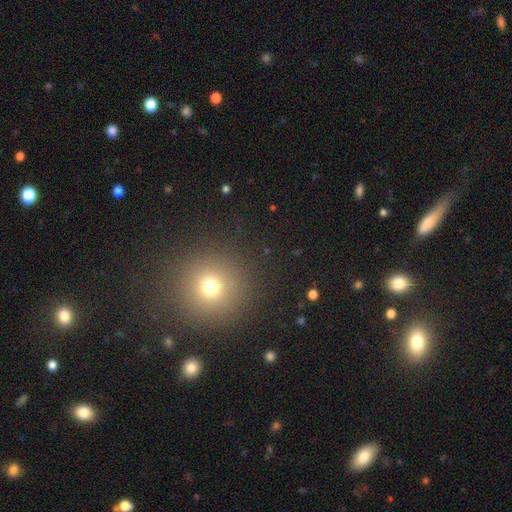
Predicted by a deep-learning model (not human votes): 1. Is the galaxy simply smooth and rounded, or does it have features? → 57% smooth, 34% star or artifact, 9% featured or disk.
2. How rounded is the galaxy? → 93% round, 5% in between, 1% cigar-shaped.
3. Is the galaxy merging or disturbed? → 90% none, 5% minor disturbance, 3% major disturbance, 2% merger.